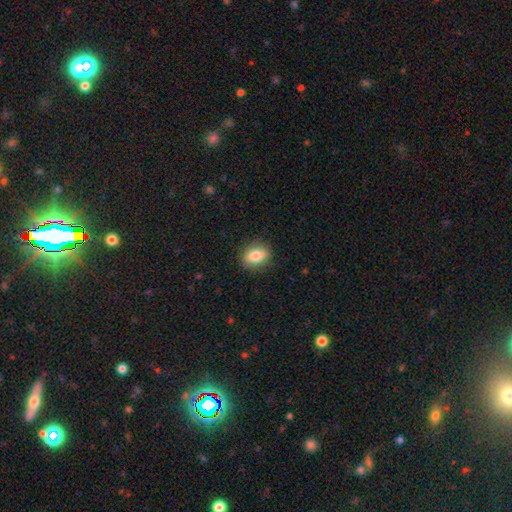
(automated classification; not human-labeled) This is likely a smooth galaxy (80%). How rounded: likely in between (67%). Merging: clearly none (87%).